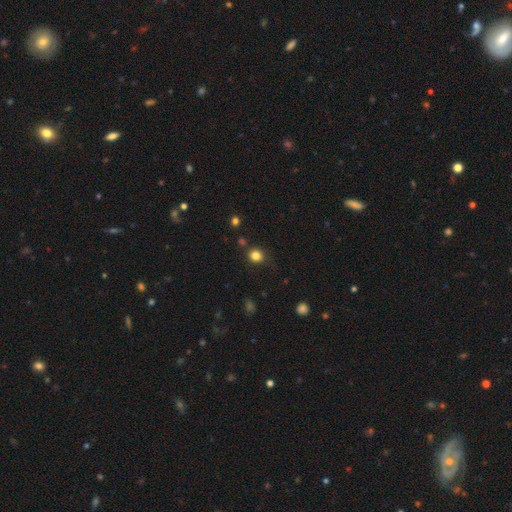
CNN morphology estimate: Overall: smooth (82%). How rounded: round (82%). Merging: none (79%).